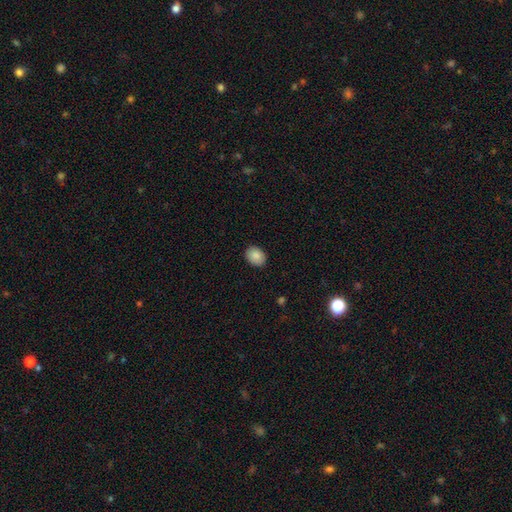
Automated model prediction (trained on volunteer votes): smooth-or-featured: smooth: 88% | star or artifact: 8% | featured or disk: 5%
  how-rounded: in between: 61% | round: 38% | cigar-shaped: 1%
  merging: none: 89% | minor disturbance: 8% | major disturbance: 2% | merger: 1%